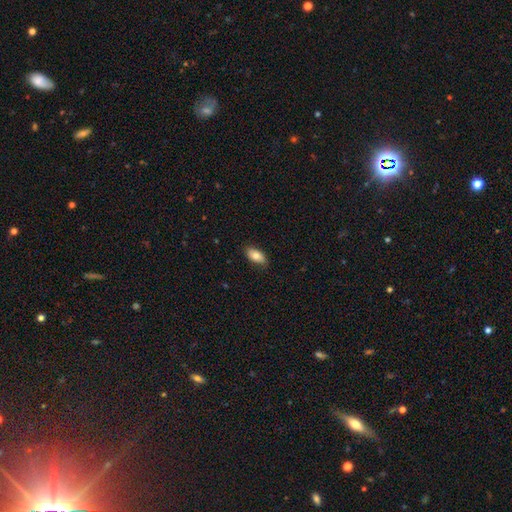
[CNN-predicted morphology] This appears to be a smooth galaxy with no disk features (78%) that is in between round and cigar-shaped (92%). Merging: none (82%).